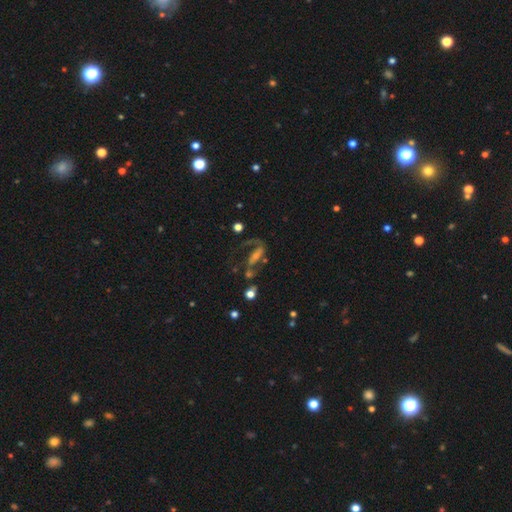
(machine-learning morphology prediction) This is likely a featured or disk galaxy (73%). It is clearly not viewed edge-on (90%). Bar: marginally strong (38%). Spiral arm pattern: clearly yes (86%). Spiral arm count: likely 2 (69%). Spiral winding: possibly loose (51%). Central bulge: possibly small (50%). Merging: marginally none (44%).